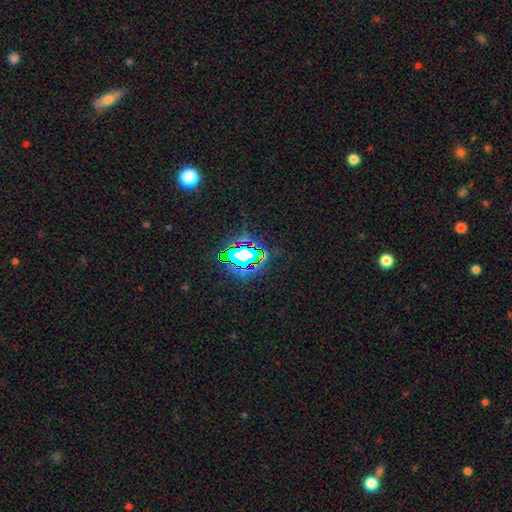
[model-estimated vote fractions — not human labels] This is likely a star or artifact rather than a galaxy (76%).